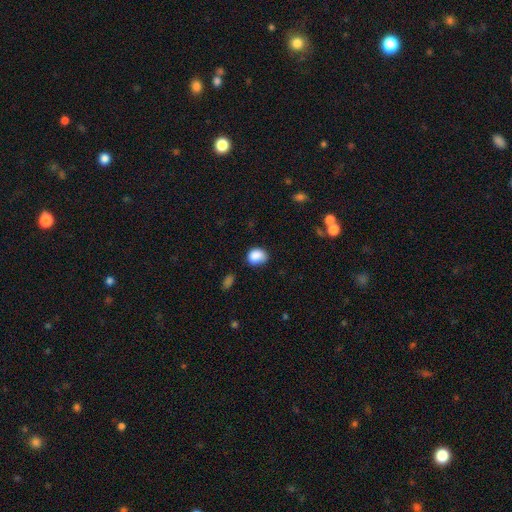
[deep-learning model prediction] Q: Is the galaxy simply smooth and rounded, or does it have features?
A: smooth — 86%.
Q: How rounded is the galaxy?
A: round — 56%.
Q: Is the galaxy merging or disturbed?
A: none — 60%.